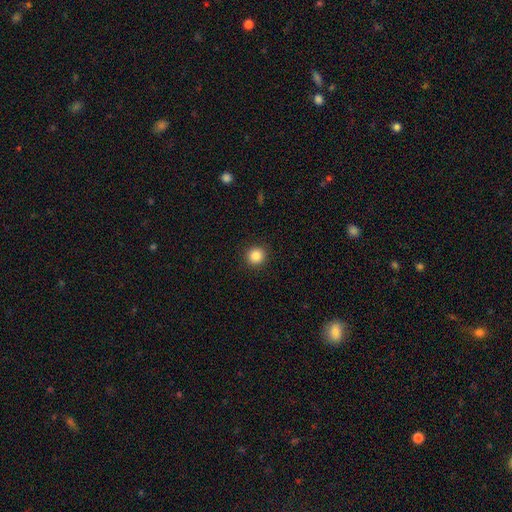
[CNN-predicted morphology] smooth 86%, star or artifact 10%, featured or disk 4%. Down the decision tree: how rounded — round (93%); merging — none (92%).